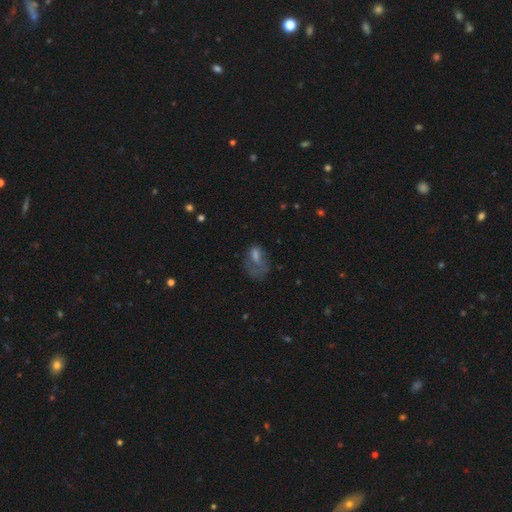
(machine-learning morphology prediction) This appears to be a smooth galaxy with no disk features (47%). Merging: major disturbance (46%).